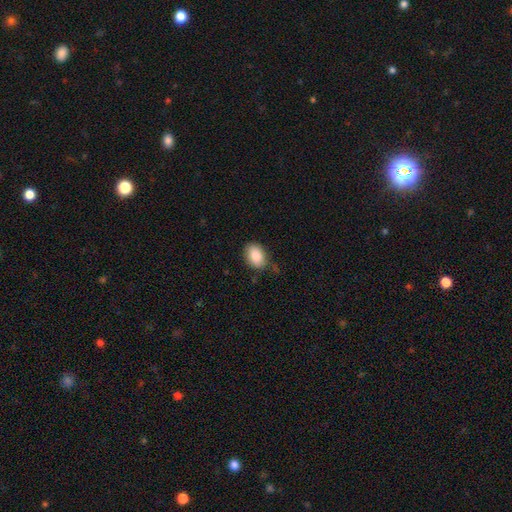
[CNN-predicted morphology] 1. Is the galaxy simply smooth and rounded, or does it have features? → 86% smooth, 7% star or artifact, 6% featured or disk.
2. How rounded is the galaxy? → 81% in between, 18% round, 1% cigar-shaped.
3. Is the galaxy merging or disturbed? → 77% none, 17% minor disturbance, 4% major disturbance, 2% merger.